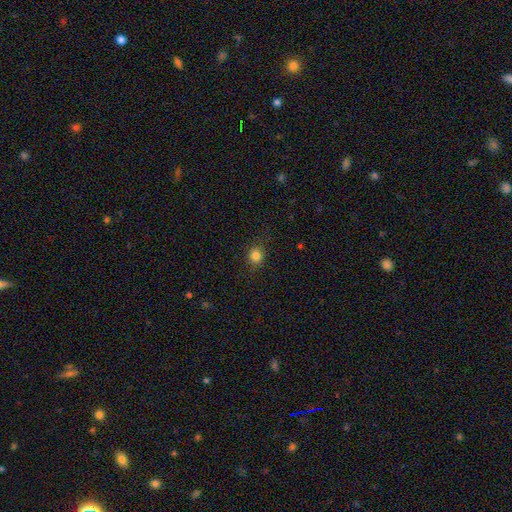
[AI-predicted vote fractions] The model was most divided on "how rounded": round: 79%, in between: 20%, cigar-shaped: 1%. More confident: merging — none (86%); smooth or featured — smooth (83%).